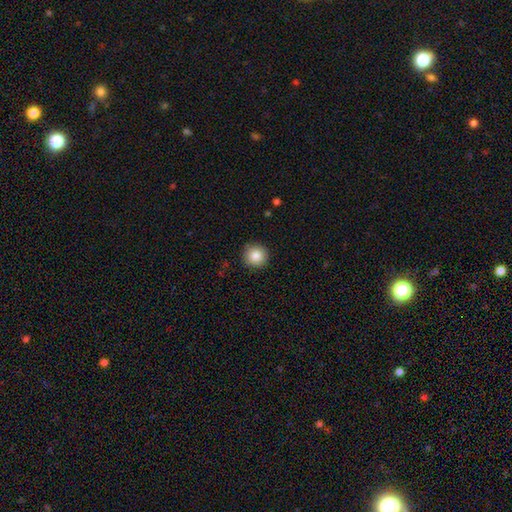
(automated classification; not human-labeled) A smooth galaxy with no disk features (85%) that is round (95%). Merging: none (91%).